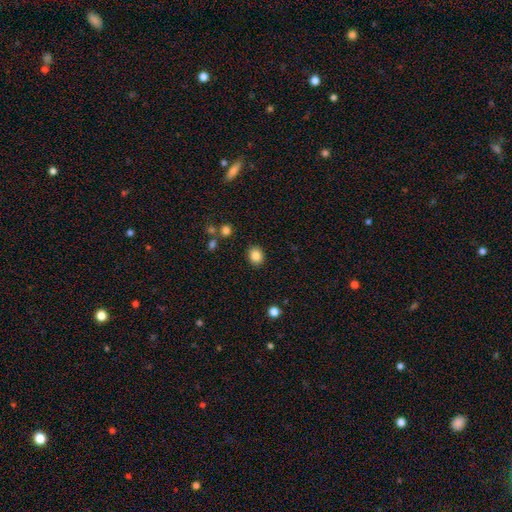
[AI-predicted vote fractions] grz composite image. It shows a smooth galaxy with no disk features (85%) that is round (62%). Merging: none (88%).